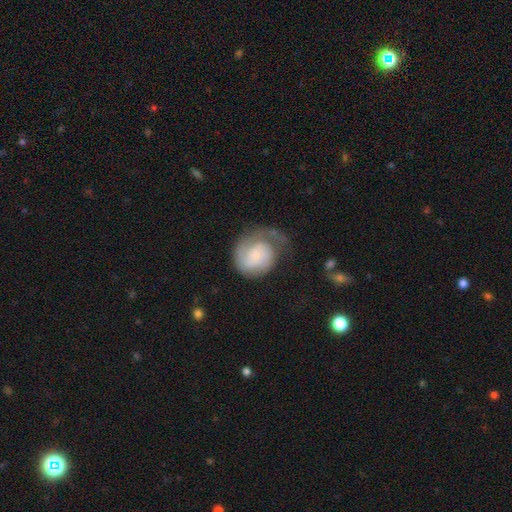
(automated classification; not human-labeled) Morphology: type=featured or disk (62%); edge-on=no (98%); bar=no (72%); spiral arms=yes (90%); winding=tight (48%); arm count=1 (54%); bulge=small (51%); merging=none (40%).